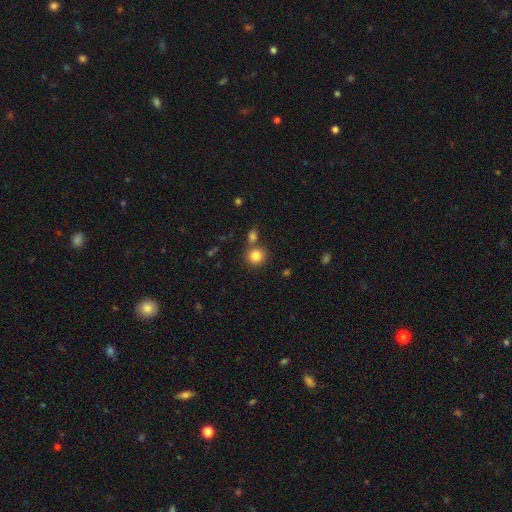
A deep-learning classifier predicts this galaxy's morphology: Q: Smooth or featured?
A: smooth (83%); runner-up: star or artifact (11%)
Q: How rounded?
A: round (88%); runner-up: in between (11%)
Q: Merging?
A: none (68%); runner-up: merger (20%)